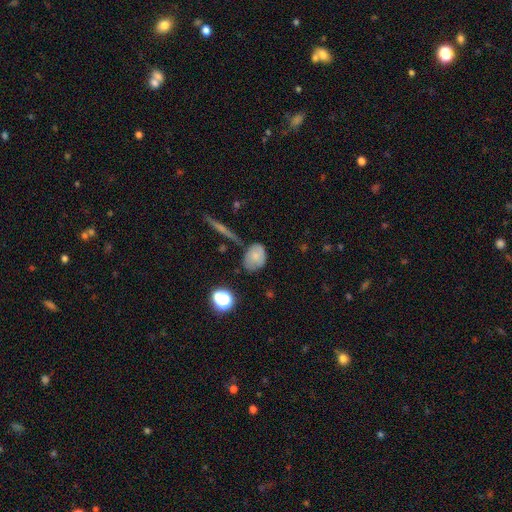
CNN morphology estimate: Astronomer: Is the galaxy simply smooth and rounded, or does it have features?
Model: smooth — 71%.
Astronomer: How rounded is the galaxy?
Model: in between — 68%.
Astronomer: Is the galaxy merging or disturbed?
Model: none — 51% (runner-up: minor disturbance, 30%).